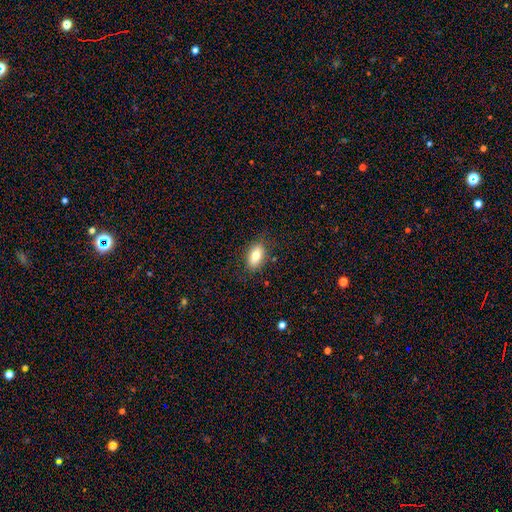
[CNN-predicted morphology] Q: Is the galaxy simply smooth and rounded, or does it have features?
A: smooth — 78%.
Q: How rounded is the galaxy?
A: in between — 89%.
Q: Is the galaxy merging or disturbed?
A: none — 83%.